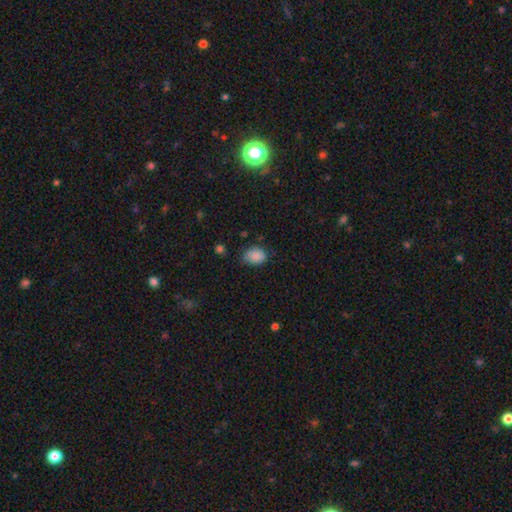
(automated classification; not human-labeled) Smooth or featured? Predicted: smooth (p=0.86). How rounded? Predicted: in between (p=0.66). Merging? Predicted: none (p=0.66).